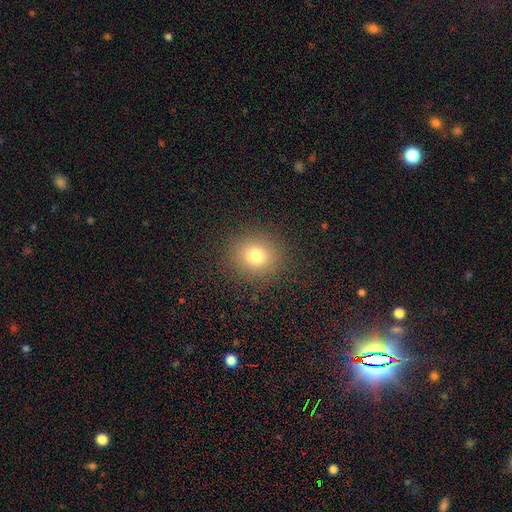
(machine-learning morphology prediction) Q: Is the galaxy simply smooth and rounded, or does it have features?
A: smooth — 77%.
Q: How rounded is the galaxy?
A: round — 84%.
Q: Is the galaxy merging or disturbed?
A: none — 89%.